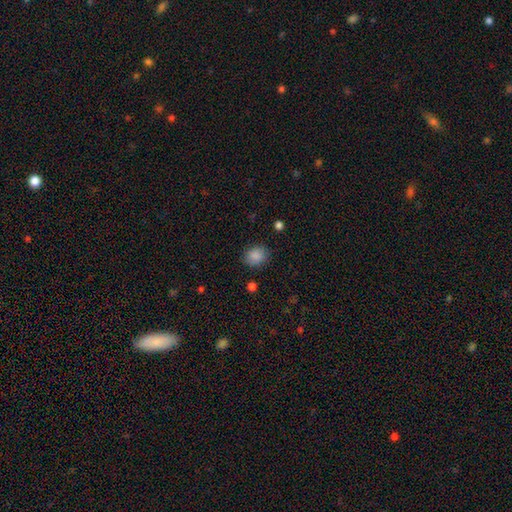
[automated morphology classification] Q: Smooth or featured?
A: smooth (87%); runner-up: star or artifact (9%)
Q: How rounded?
A: round (53%); runner-up: in between (46%)
Q: Merging?
A: none (83%); runner-up: minor disturbance (13%)